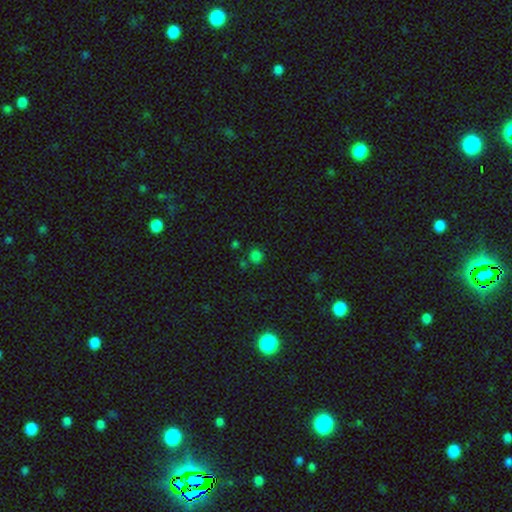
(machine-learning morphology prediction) smooth 73%, star or artifact 23%, featured or disk 4%. Down the decision tree: how rounded — round (87%); merging — none (77%).